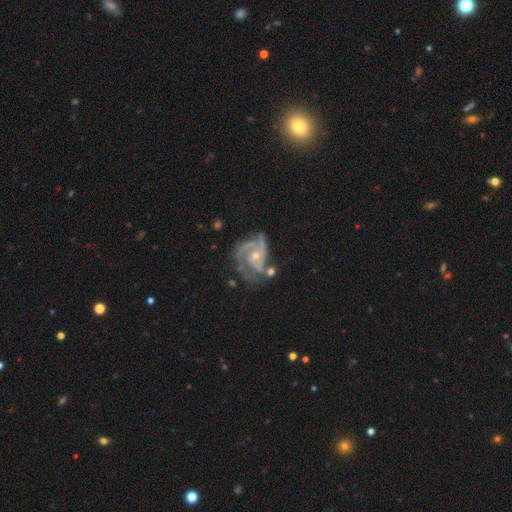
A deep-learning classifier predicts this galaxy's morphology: type=featured or disk (89%); edge-on=no (98%); bar=no (65%); spiral arms=yes (97%); winding=medium (47%); arm count=2 (47%); bulge=small (54%); merging=none (46%).